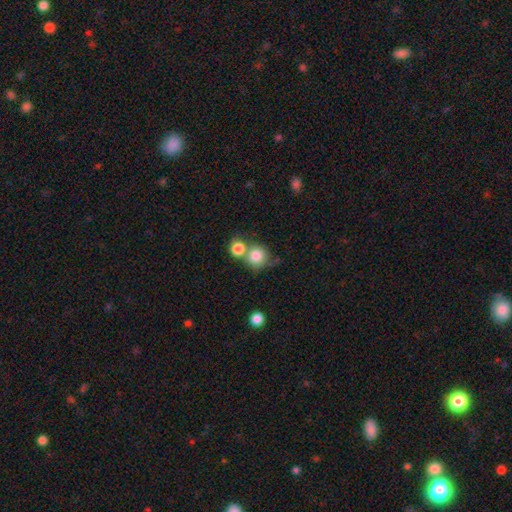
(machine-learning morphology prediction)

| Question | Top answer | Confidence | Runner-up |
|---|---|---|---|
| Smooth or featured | smooth | 81% | star or artifact (10%) |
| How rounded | round | 88% | in between (11%) |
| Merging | merger | 44% | none (42%) |